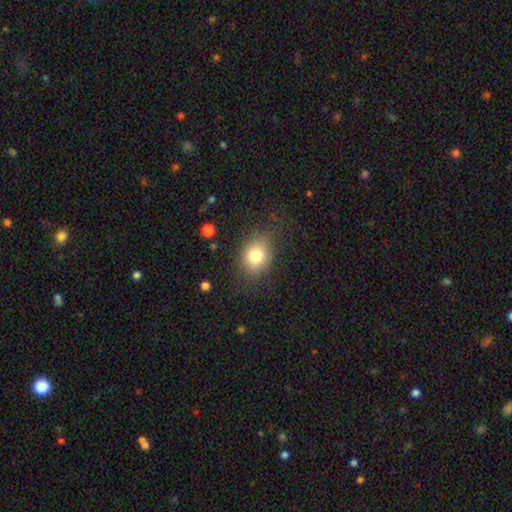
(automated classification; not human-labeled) smooth-or-featured: smooth: 78% | star or artifact: 11% | featured or disk: 11%
  how-rounded: in between: 50% | round: 49% | cigar-shaped: 1%
  merging: none: 77% | minor disturbance: 16% | major disturbance: 6% | merger: 1%